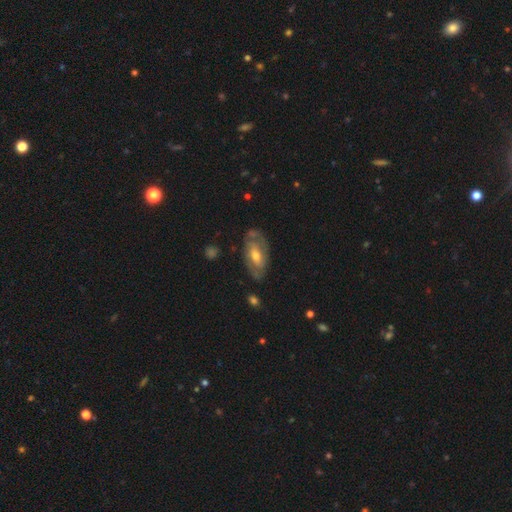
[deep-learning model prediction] A featured or disk galaxy (67%) with no bar (44%), spiral arms (67%) and a moderate central bulge (65%).

Vote fractions:
- Smooth or featured? featured or disk: 67% / smooth: 27% / star or artifact: 5%
- Edge-on disk? no: 90% / yes: 10%
- Bar? no: 44% / weak: 39% / strong: 17%
- Spiral arms? yes: 67% / no: 33%
- Bulge size? moderate: 65% / small: 27% / large: 6% / none: 1% / dominant: 1%
- Merging? none: 72% / minor disturbance: 19% / major disturbance: 7% / merger: 2%